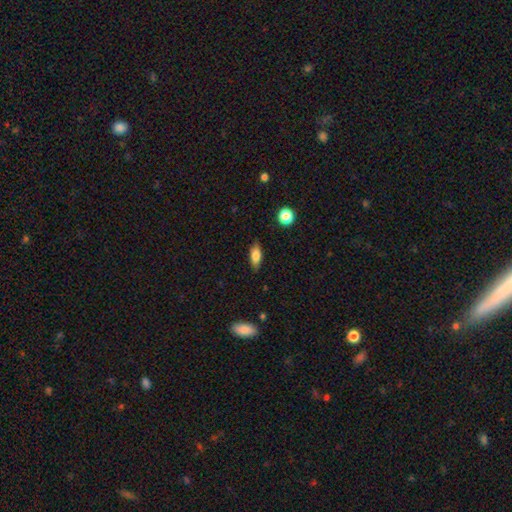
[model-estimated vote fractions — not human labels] Smooth or featured? smooth (78%)
How rounded? in between (78%)
Merging? none (83%)